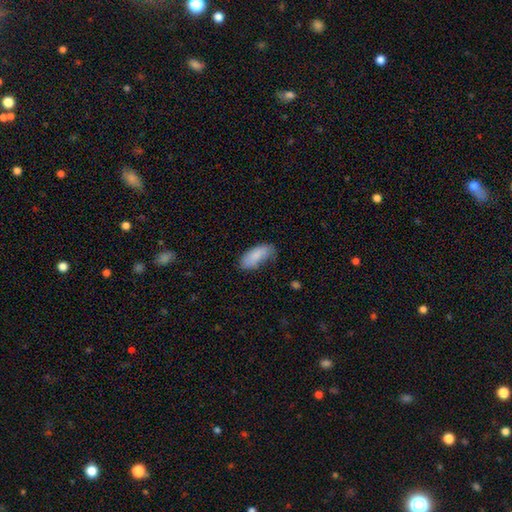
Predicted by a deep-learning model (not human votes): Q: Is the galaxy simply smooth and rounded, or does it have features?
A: smooth — 84%.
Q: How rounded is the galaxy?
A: in between — 87%.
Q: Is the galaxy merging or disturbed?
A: none — 60%.